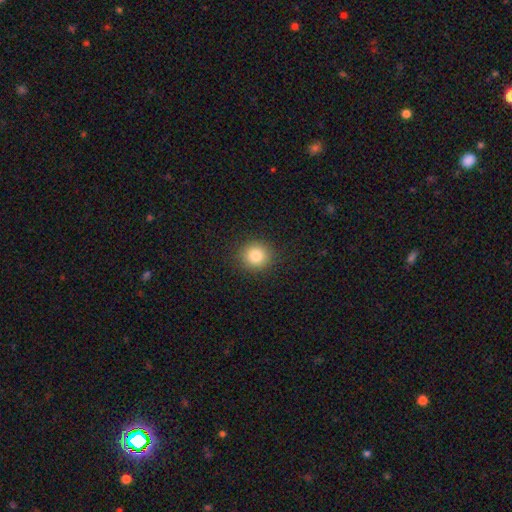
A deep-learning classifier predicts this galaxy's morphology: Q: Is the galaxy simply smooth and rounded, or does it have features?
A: smooth — 83%.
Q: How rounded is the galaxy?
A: round — 90%.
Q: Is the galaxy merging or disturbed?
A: none — 91%.